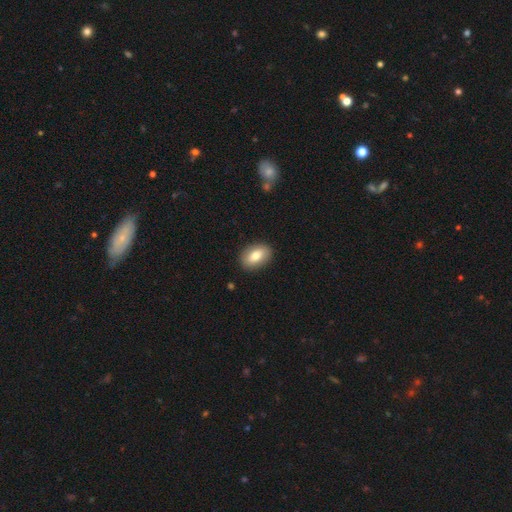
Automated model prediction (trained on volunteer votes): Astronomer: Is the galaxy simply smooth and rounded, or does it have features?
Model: smooth — 78%.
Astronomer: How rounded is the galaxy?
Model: in between — 87%.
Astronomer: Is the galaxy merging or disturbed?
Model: none — 88%.